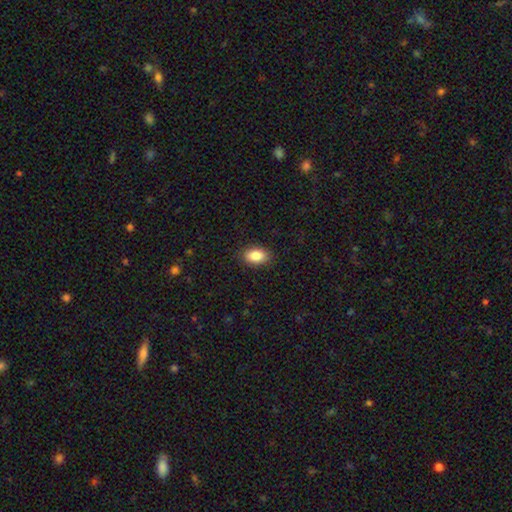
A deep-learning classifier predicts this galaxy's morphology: This appears to be a smooth galaxy with no disk features (87%) that is in between round and cigar-shaped (89%). Merging: none (88%).